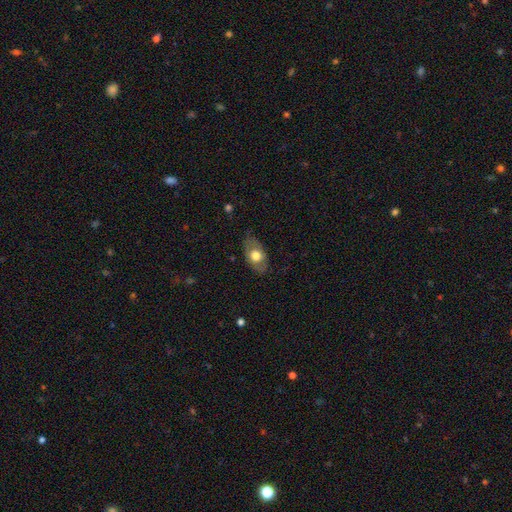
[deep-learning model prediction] This is likely a smooth galaxy (61%). How rounded: clearly in between (88%). Merging: likely none (75%).